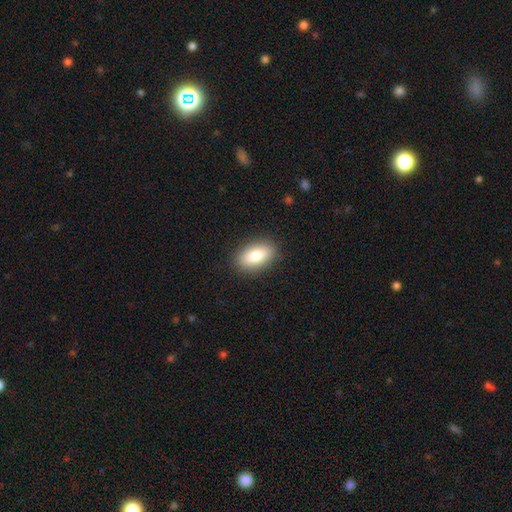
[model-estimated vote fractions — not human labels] This is clearly a smooth galaxy (83%). How rounded: clearly in between (90%). Merging: clearly none (88%).